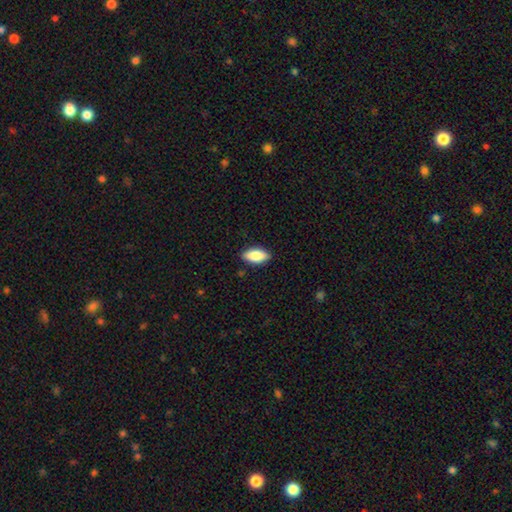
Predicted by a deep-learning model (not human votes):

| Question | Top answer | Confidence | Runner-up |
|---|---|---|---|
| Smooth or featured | smooth | 81% | featured or disk (12%) |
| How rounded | in between | 87% | cigar-shaped (10%) |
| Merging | none | 87% | minor disturbance (9%) |